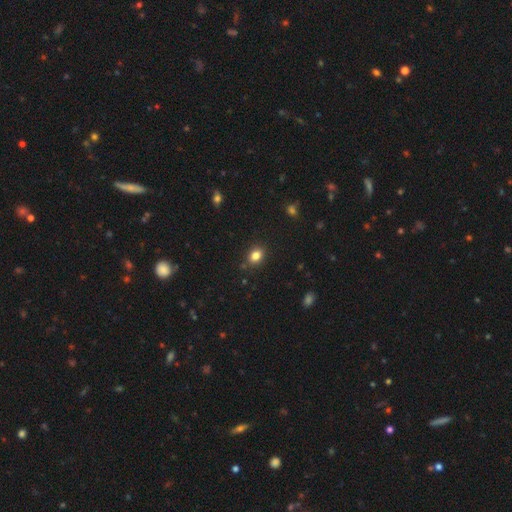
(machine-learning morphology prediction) type=smooth (83%); roundness=in between (55%); merging=none (85%).